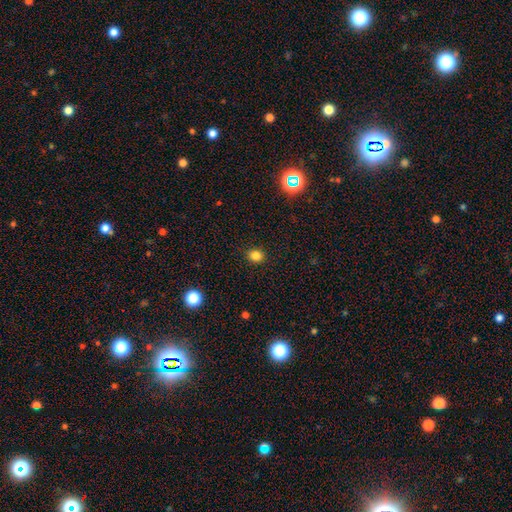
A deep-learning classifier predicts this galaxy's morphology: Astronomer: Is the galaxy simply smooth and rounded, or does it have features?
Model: smooth — 82%.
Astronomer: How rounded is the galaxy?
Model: round — 75%.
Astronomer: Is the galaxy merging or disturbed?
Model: none — 89%.